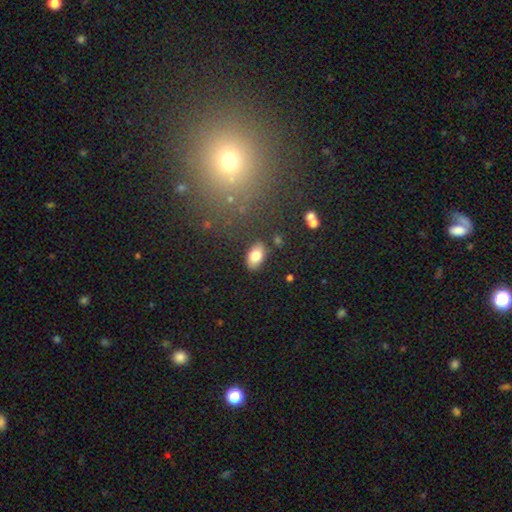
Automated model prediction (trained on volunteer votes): smooth_or_featured: smooth (p=0.80) [alt: featured or disk p=0.13]
how_rounded: in between (p=0.93) [alt: round p=0.05]
merging: none (p=0.84) [alt: minor disturbance p=0.11]